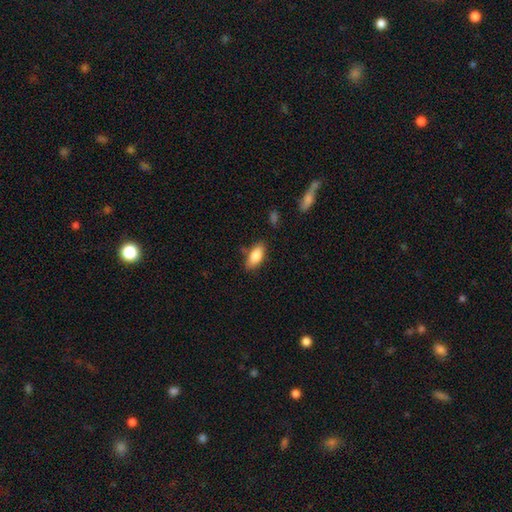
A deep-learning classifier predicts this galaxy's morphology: Q: Smooth or featured?
A: smooth (83%); runner-up: featured or disk (10%)
Q: How rounded?
A: in between (86%); runner-up: cigar-shaped (11%)
Q: Merging?
A: none (76%); runner-up: minor disturbance (17%)